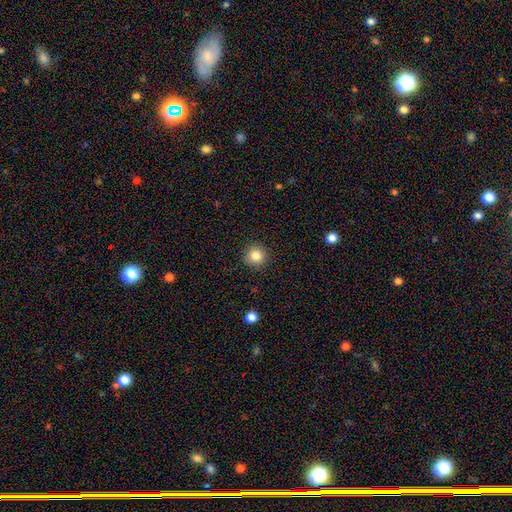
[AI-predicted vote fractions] The model was most divided on "smooth or featured": smooth: 84%, star or artifact: 11%, featured or disk: 6%. More confident: how rounded — round (95%); merging — none (91%).